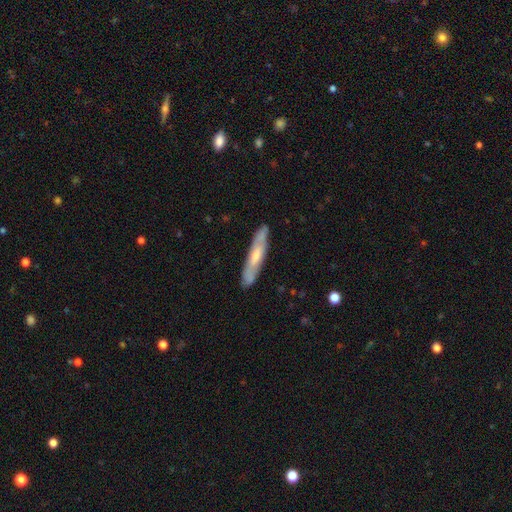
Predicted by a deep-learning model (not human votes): featured or disk 52%, smooth 42%, star or artifact 6%. Down the decision tree: edge-on disk — yes (64%); merging — none (86%).